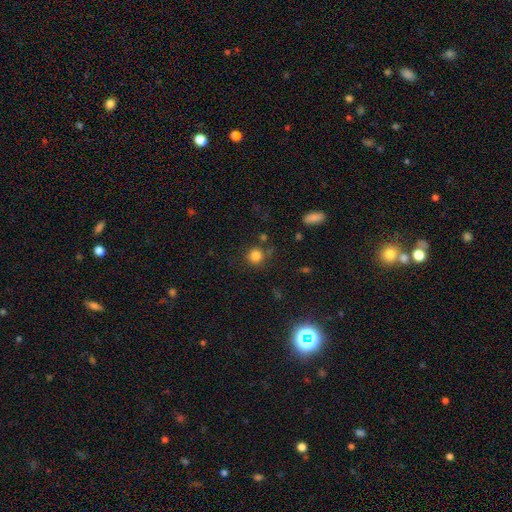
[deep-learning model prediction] Q: Smooth or featured?
A: smooth (82%); runner-up: star or artifact (13%)
Q: How rounded?
A: round (91%); runner-up: in between (8%)
Q: Merging?
A: none (77%); runner-up: minor disturbance (11%)